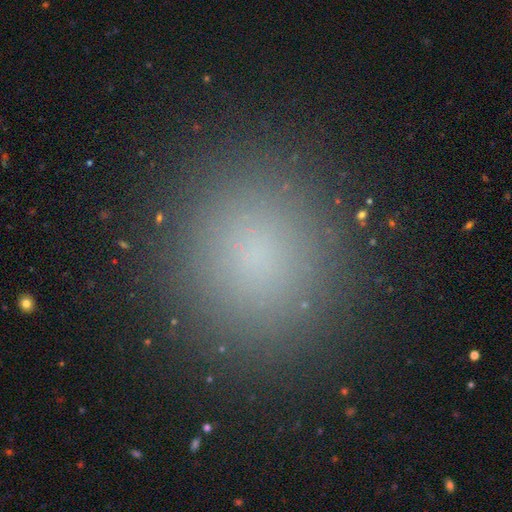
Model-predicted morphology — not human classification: type=smooth (79%); roundness=round (80%); merging=none (90%).